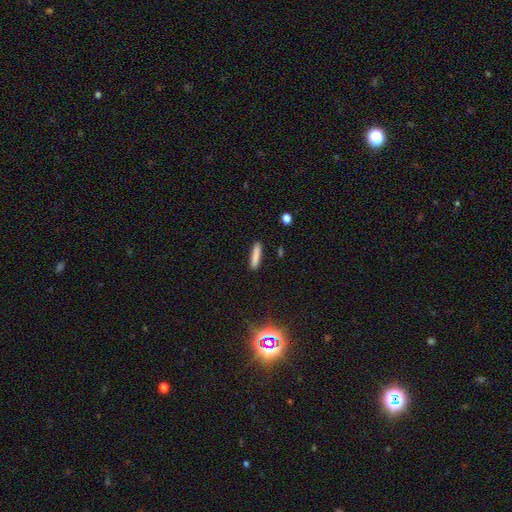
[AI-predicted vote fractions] A smooth galaxy with no disk features (85%) that is cigar-shaped (88%). Merging: none (90%).